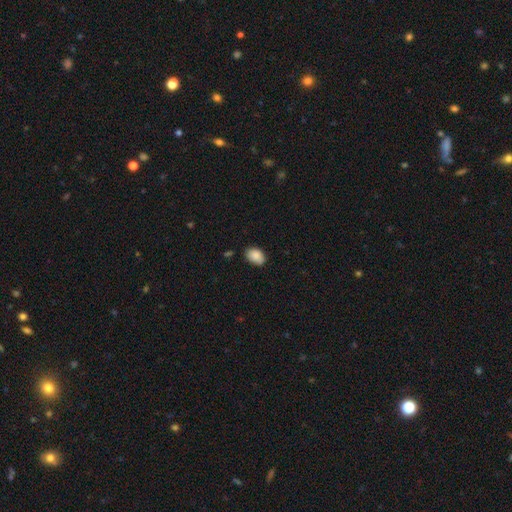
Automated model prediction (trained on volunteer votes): A smooth galaxy with no disk features (88%) that is in between round and cigar-shaped (83%). Merging: none (78%).